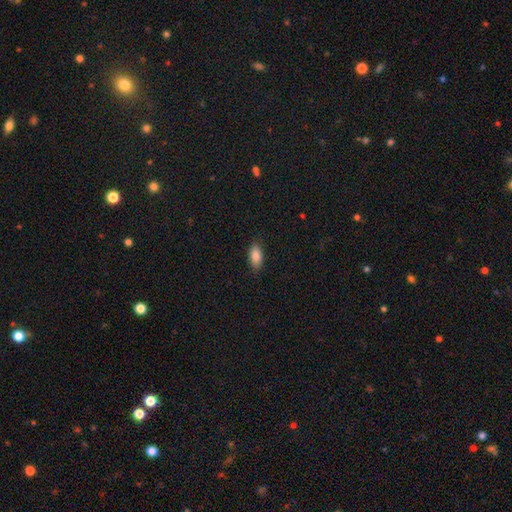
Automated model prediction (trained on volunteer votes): Smooth or featured? Predicted: smooth (p=0.86). How rounded? Predicted: in between (p=0.91). Merging? Predicted: none (p=0.85).